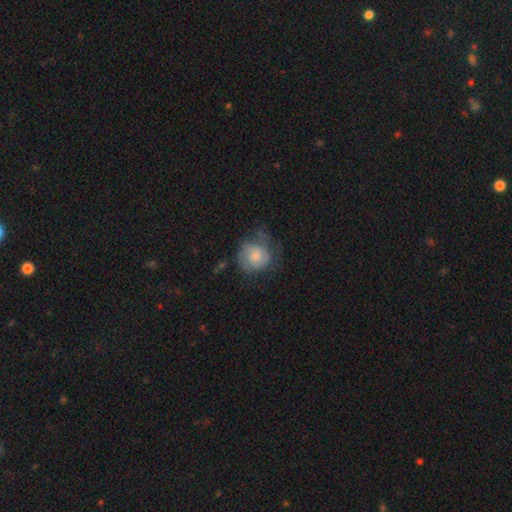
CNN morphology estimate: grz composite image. It shows a smooth galaxy with no disk features (58%) that is round (82%). Merging: none (49%).